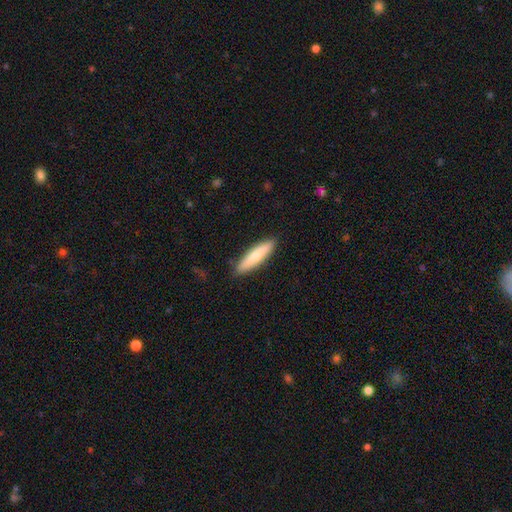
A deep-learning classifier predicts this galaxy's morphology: smooth_or_featured: smooth (p=0.78) [alt: featured or disk p=0.16]
how_rounded: cigar-shaped (p=0.78) [alt: in between p=0.21]
merging: none (p=0.89) [alt: minor disturbance p=0.08]